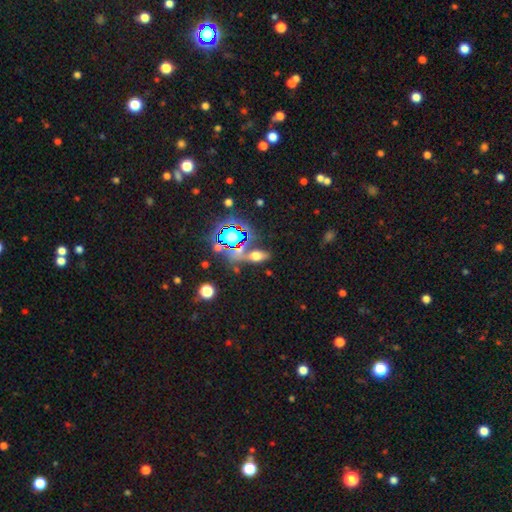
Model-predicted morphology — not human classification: The model was most divided on "smooth or featured": smooth: 48%, star or artifact: 31%, featured or disk: 21%. More confident: merging — none (67%).